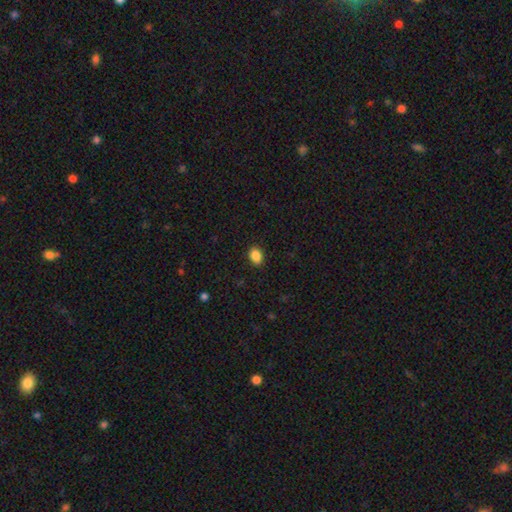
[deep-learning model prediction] Smooth or featured? Predicted: smooth (p=0.88). How rounded? Predicted: in between (p=0.77). Merging? Predicted: none (p=0.89).